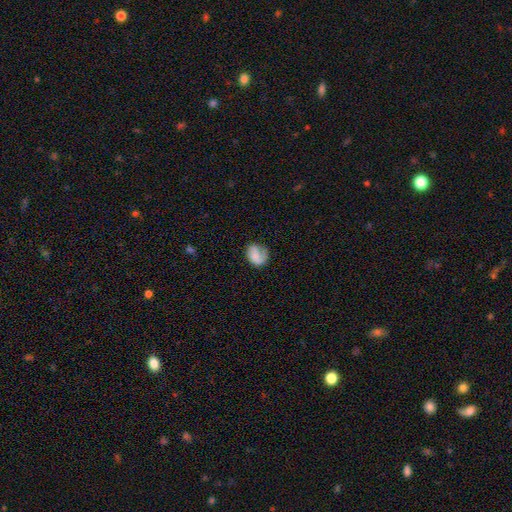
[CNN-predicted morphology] Smooth or featured?
  - smooth: 63% *
  - featured or disk: 28%
  - star or artifact: 9%
How rounded?
  - in between: 55% *
  - round: 44%
  - cigar-shaped: 1%
Merging?
  - none: 49% *
  - minor disturbance: 28%
  - major disturbance: 21%
  - merger: 2%